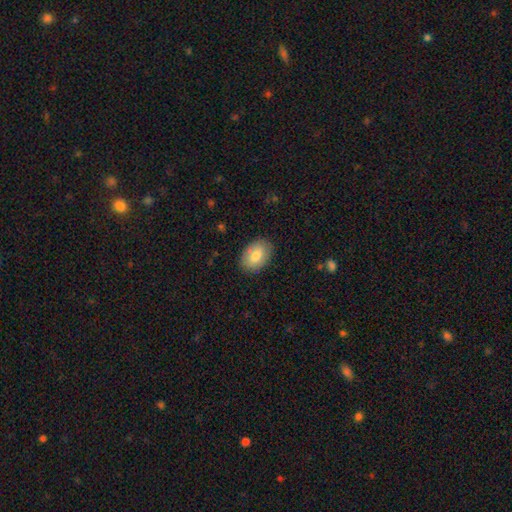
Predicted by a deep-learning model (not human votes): This is clearly a smooth galaxy (80%). How rounded: clearly in between (87%). Merging: clearly none (86%).